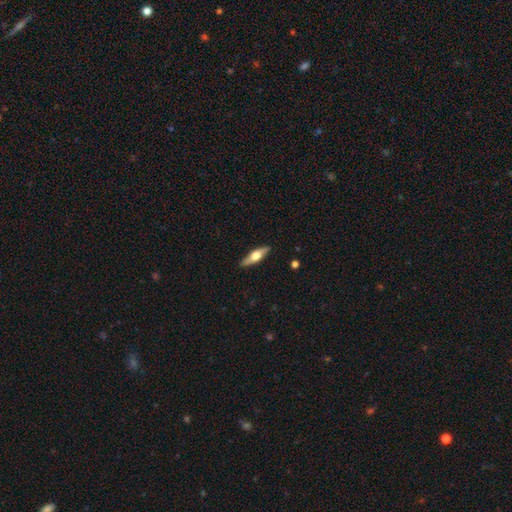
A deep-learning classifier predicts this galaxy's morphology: featured or disk 52%, smooth 43%, star or artifact 5%. Down the decision tree: edge-on disk — yes (90%); merging — none (89%).